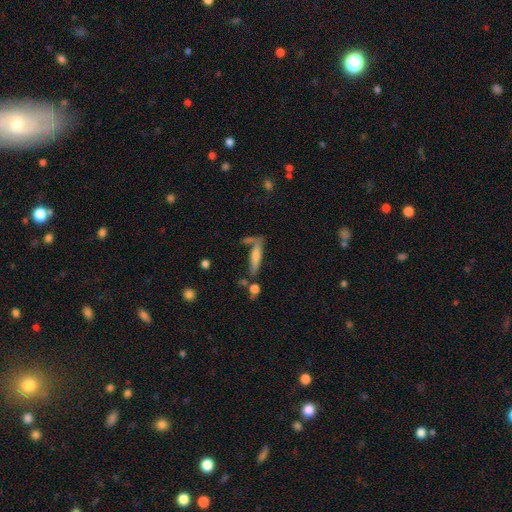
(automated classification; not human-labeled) Smooth or featured: smooth — 64% (featured or disk — 27%)
How rounded: cigar-shaped — 80% (in between — 18%)
Merging: none — 56% (merger — 18%)